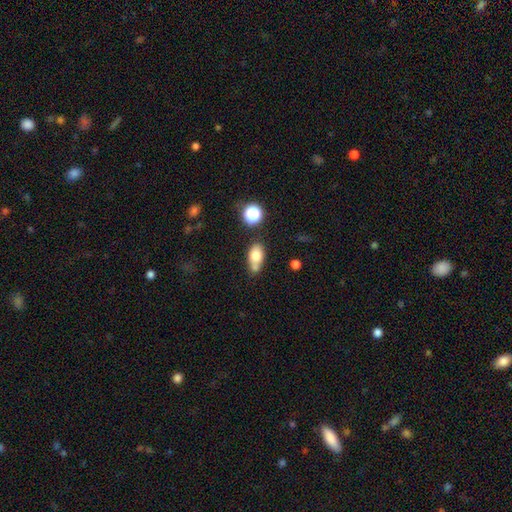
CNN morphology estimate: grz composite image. It shows a smooth galaxy with no disk features (76%) that is in between round and cigar-shaped (80%). Merging: none (46%).